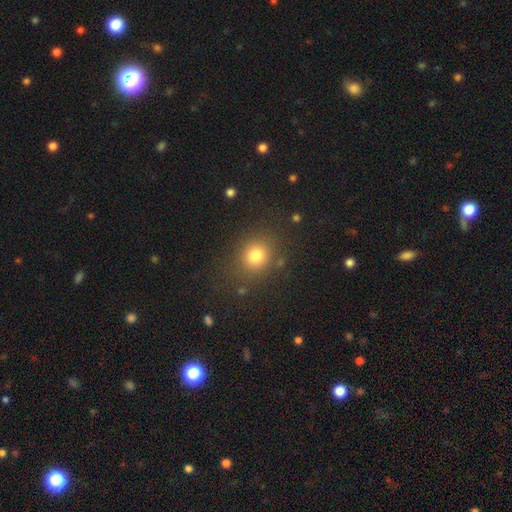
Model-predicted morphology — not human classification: Smooth or featured? smooth (78%)
How rounded? round (79%)
Merging? none (81%)